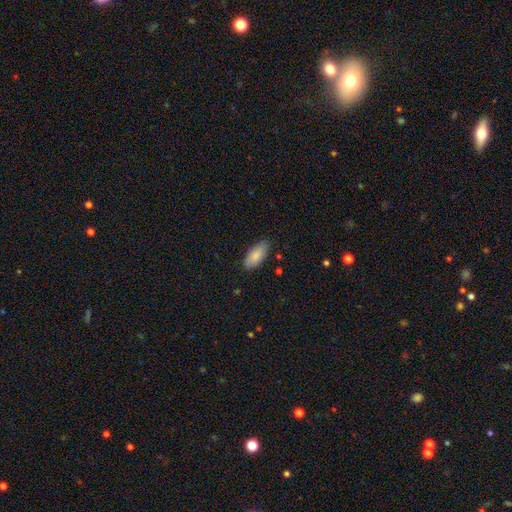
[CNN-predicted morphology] smooth 84%, featured or disk 10%, star or artifact 6%. Down the decision tree: how rounded — in between (87%); merging — none (82%).